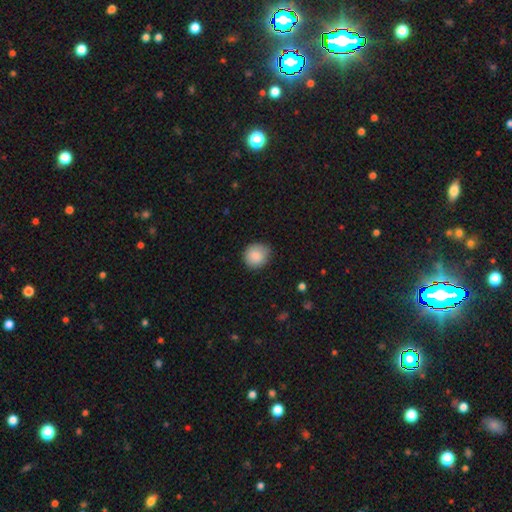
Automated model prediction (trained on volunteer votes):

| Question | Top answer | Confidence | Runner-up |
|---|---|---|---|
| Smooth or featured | smooth | 87% | star or artifact (8%) |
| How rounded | round | 85% | in between (15%) |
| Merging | none | 82% | minor disturbance (14%) |